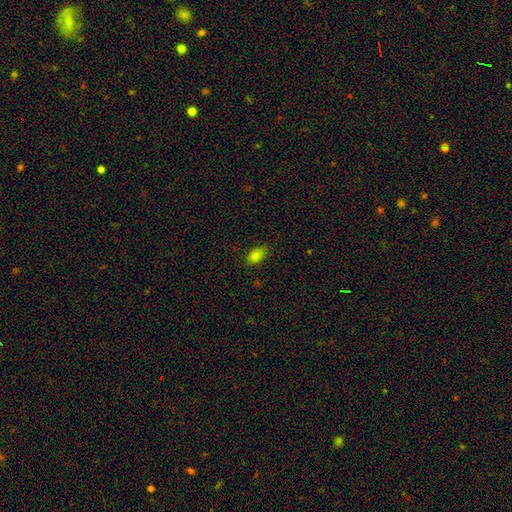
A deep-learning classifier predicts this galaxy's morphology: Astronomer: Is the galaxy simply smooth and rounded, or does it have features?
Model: smooth — 82%.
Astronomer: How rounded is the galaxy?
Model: in between — 88%.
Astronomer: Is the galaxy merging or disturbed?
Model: none — 78%.